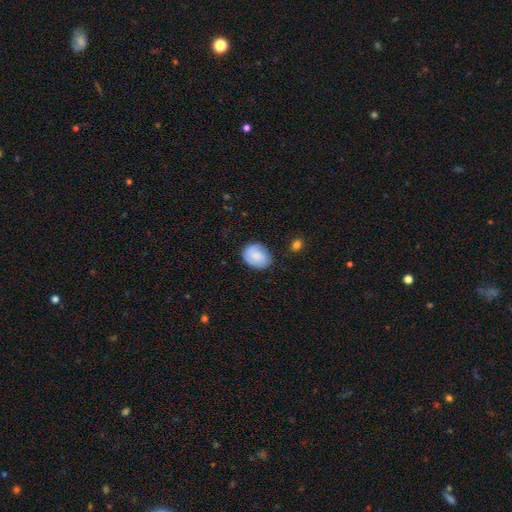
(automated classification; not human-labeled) Smooth or featured?
  - smooth: 68% *
  - featured or disk: 25%
  - star or artifact: 7%
How rounded?
  - in between: 52% *
  - round: 47%
  - cigar-shaped: 1%
Merging?
  - none: 69% *
  - minor disturbance: 22%
  - major disturbance: 7%
  - merger: 2%